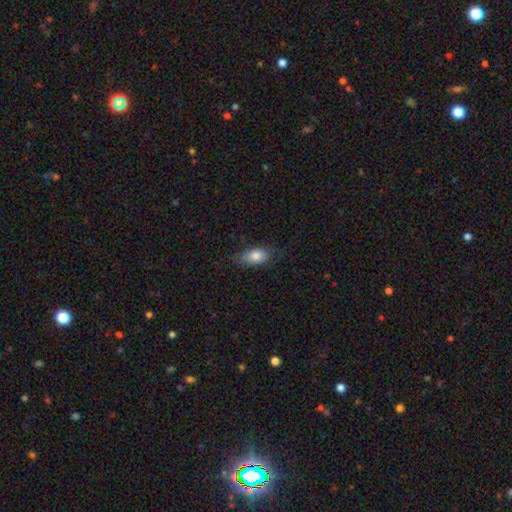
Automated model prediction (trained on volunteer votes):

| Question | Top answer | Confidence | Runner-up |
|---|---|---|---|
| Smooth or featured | smooth | 79% | featured or disk (14%) |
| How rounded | in between | 88% | round (7%) |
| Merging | none | 69% | minor disturbance (23%) |